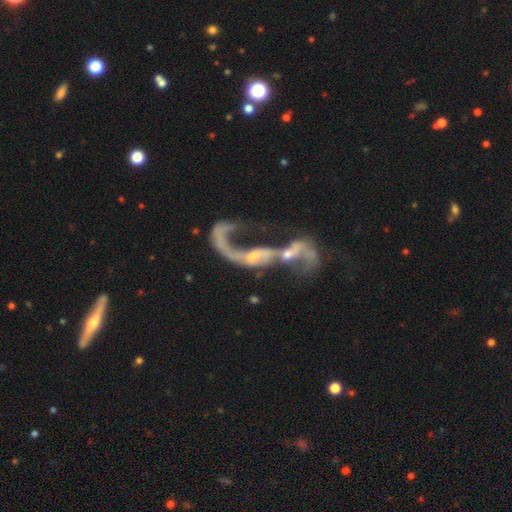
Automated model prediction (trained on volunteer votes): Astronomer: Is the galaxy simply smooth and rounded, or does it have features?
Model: featured or disk — 78%.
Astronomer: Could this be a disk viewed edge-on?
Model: no — 93%.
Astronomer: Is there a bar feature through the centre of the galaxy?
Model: no — 60%.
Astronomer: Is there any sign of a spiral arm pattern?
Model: yes — 67%.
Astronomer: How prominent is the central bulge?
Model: small — 44% (runner-up: moderate, 32%).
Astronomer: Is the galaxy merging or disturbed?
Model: merger — 63%.